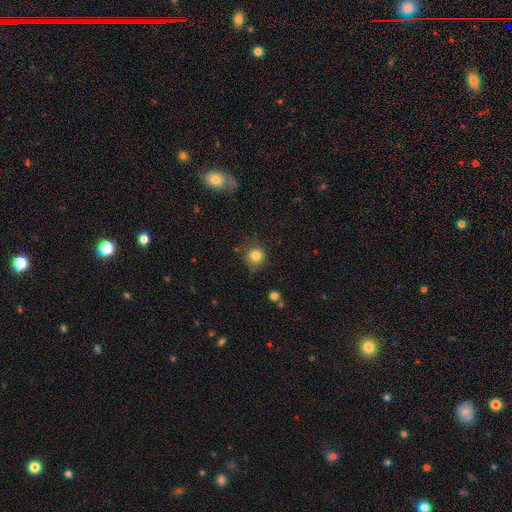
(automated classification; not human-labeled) smooth 82%, star or artifact 11%, featured or disk 6%. Down the decision tree: how rounded — round (91%); merging — none (78%).